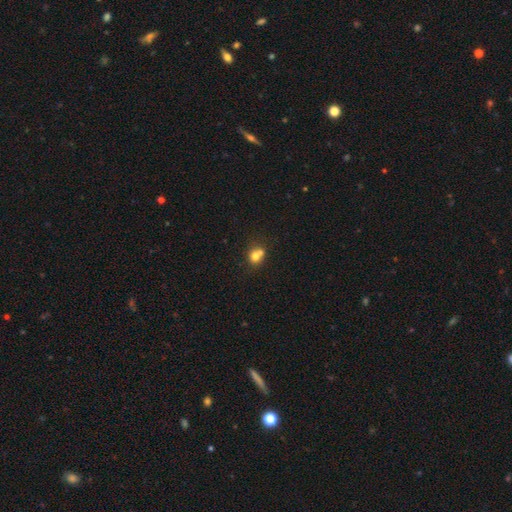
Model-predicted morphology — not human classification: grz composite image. It shows a smooth galaxy with no disk features (74%) that is round (73%). Merging: merger (51%).